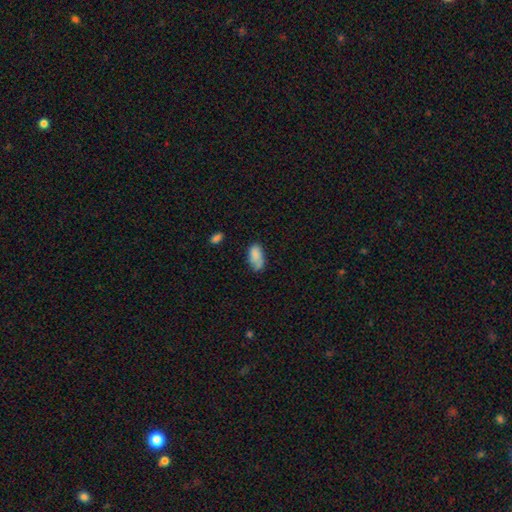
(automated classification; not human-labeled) Morphology: type=smooth (82%); roundness=in between (92%); merging=none (53%).